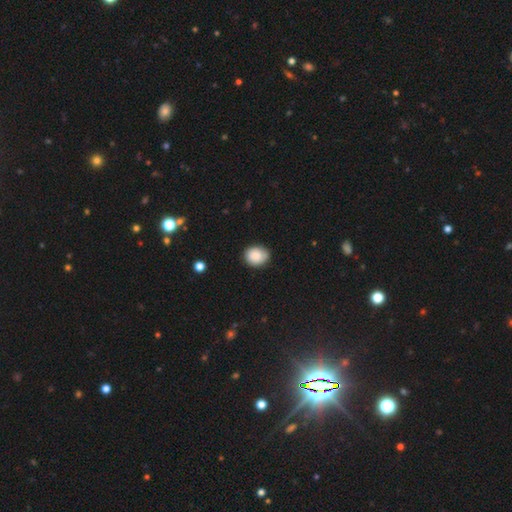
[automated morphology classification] smooth_or_featured: smooth (p=0.85) [alt: star or artifact p=0.08]
how_rounded: round (p=0.61) [alt: in between p=0.38]
merging: none (p=0.77) [alt: minor disturbance p=0.19]